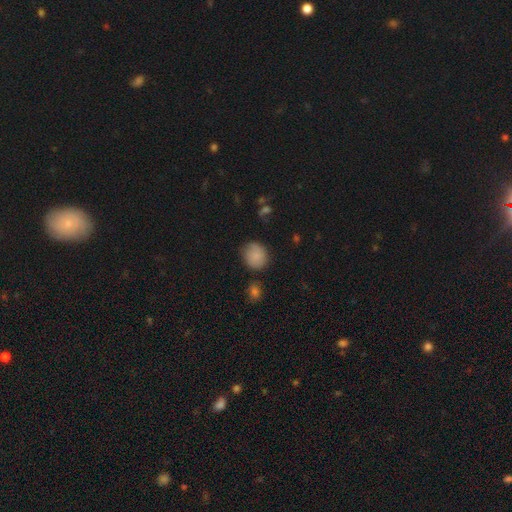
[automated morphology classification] Smooth or featured? Predicted: smooth (p=0.83). How rounded? Predicted: round (p=0.80). Merging? Predicted: none (p=0.76).